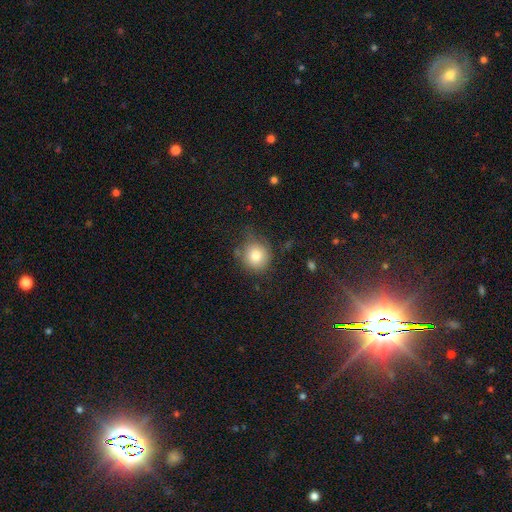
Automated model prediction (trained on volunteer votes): smooth 80%, star or artifact 11%, featured or disk 10%. Down the decision tree: how rounded — round (88%); merging — none (69%).